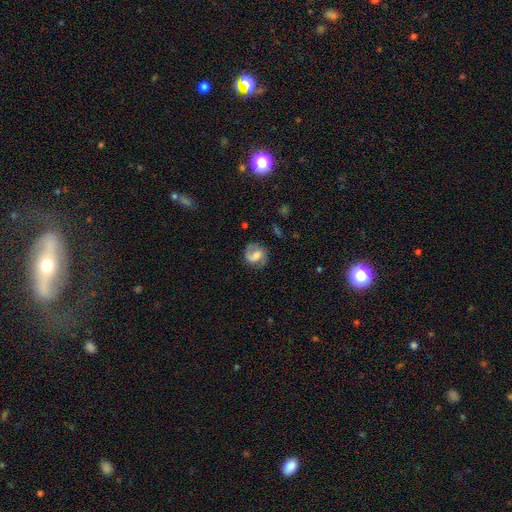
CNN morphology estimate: This appears to be a featured or disk galaxy (60%) with a weak bar (46%), 2 (70%) medium (45%) spiral arms (87%) and a moderate central bulge (43%). Merging: none (68%).